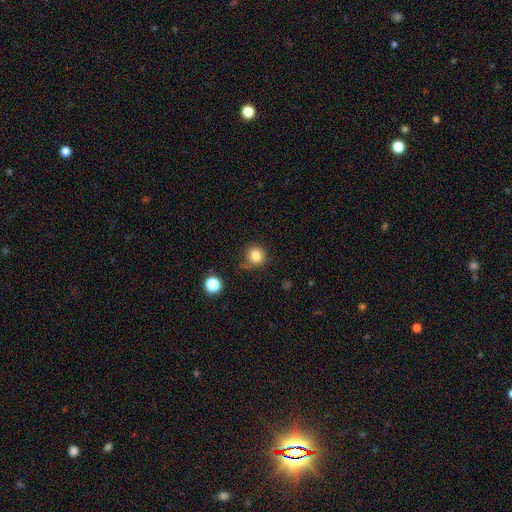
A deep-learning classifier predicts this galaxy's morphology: A smooth galaxy with no disk features (81%) that is round (92%). Merging: none (76%).